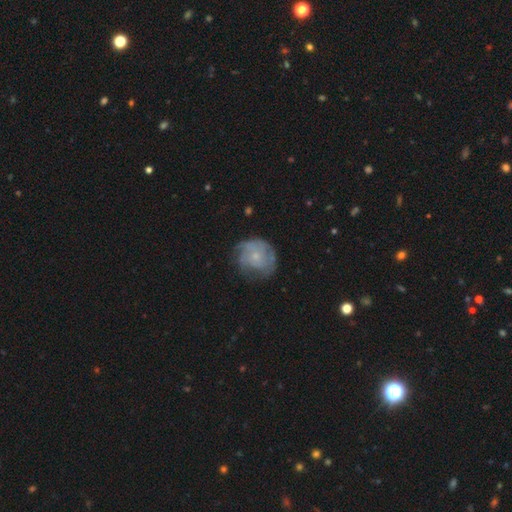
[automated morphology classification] Smooth or featured: featured or disk — 60% (smooth — 33%)
Edge-on disk: no — 98% (yes — 2%)
Bar: no — 83% (weak — 15%)
Spiral arms: yes — 78% (no — 22%)
Bulge size: small — 75% (moderate — 18%)
Merging: none — 62% (minor disturbance — 24%)